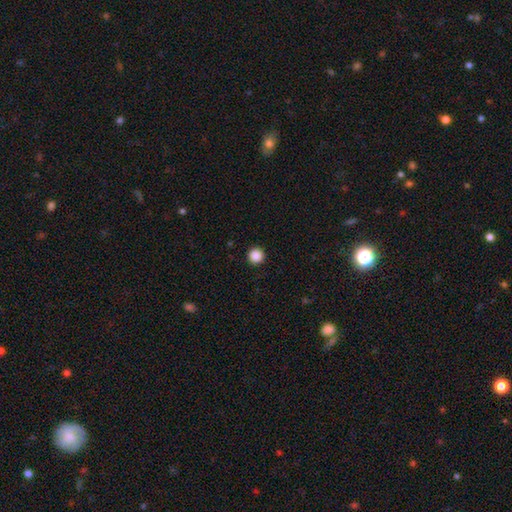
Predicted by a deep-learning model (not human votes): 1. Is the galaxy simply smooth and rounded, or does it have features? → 88% smooth, 10% star or artifact, 2% featured or disk.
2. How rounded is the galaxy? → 96% round, 3% in between, 1% cigar-shaped.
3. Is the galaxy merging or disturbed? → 94% none, 4% minor disturbance, 1% major disturbance, 1% merger.